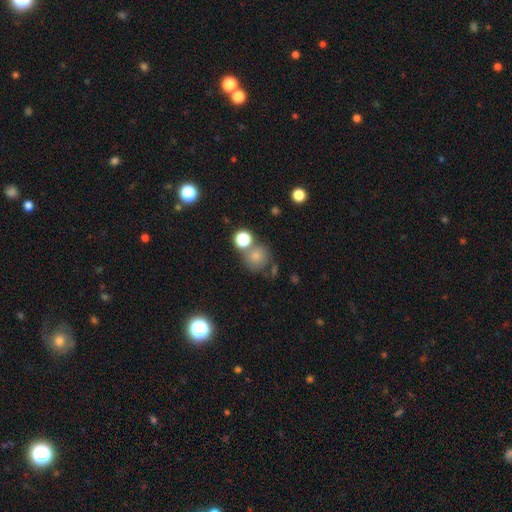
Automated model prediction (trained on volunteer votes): Q: Smooth or featured?
A: smooth (77%); runner-up: star or artifact (14%)
Q: How rounded?
A: round (87%); runner-up: in between (12%)
Q: Merging?
A: none (57%); runner-up: merger (25%)